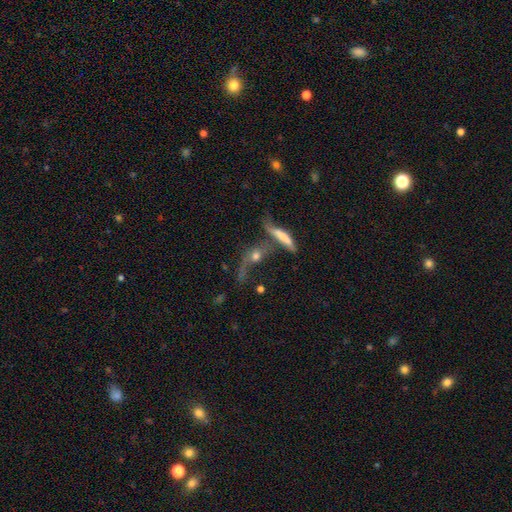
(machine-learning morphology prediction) This is possibly a featured or disk galaxy (54%). It is possibly not viewed edge-on (58%). Merging: marginally merger (35%).